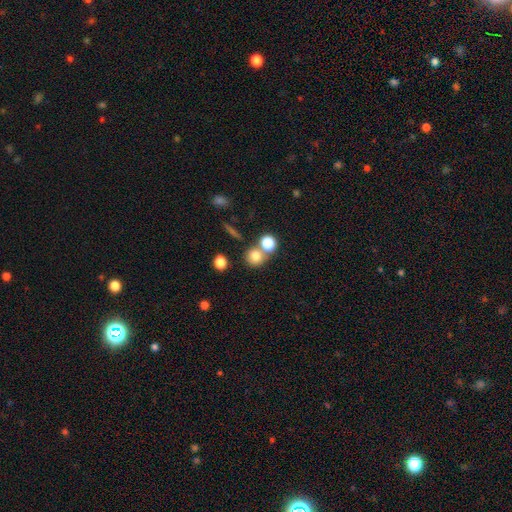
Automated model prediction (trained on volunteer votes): The model was most divided on "merging": none: 54%, merger: 34%, minor disturbance: 8%, major disturbance: 3%. More confident: how rounded — round (83%); smooth or featured — smooth (78%).